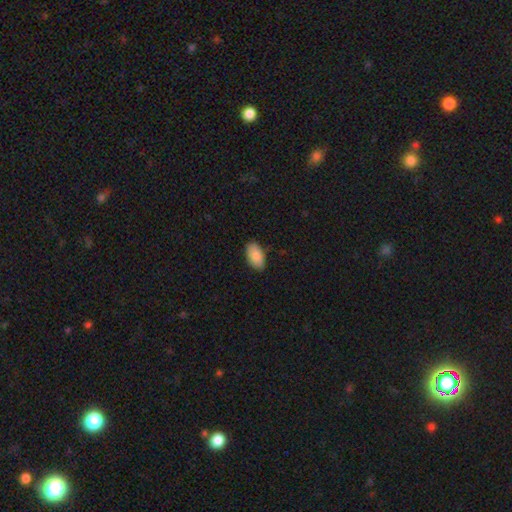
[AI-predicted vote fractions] smooth 87%, featured or disk 7%, star or artifact 6%. Down the decision tree: how rounded — in between (95%); merging — none (86%).